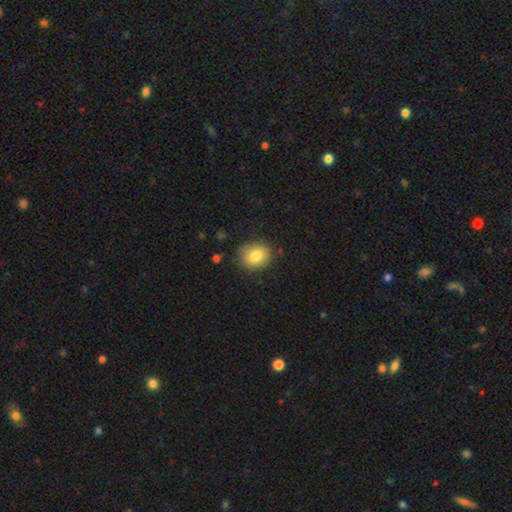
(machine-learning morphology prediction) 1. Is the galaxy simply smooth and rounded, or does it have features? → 82% smooth, 10% featured or disk, 9% star or artifact.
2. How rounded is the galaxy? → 59% round, 40% in between, 1% cigar-shaped.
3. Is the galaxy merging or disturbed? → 82% none, 13% minor disturbance, 3% major disturbance, 2% merger.